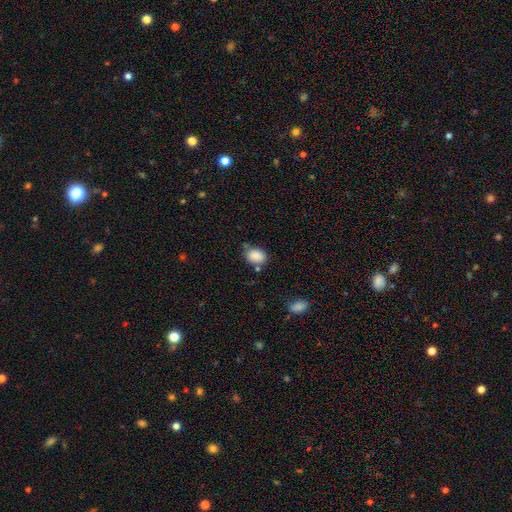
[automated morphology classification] Q: Smooth or featured?
A: smooth (87%); runner-up: star or artifact (9%)
Q: How rounded?
A: in between (73%); runner-up: round (26%)
Q: Merging?
A: none (67%); runner-up: minor disturbance (19%)